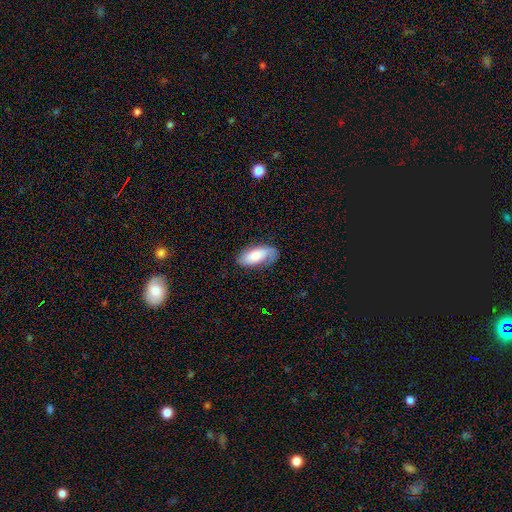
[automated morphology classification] smooth 62%, featured or disk 32%, star or artifact 6%. Down the decision tree: how rounded — in between (91%); merging — none (66%).